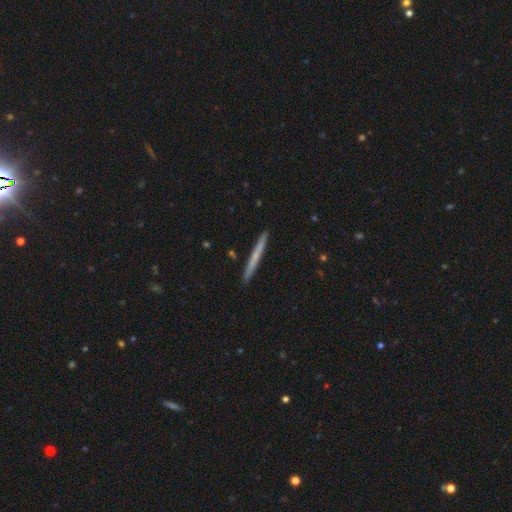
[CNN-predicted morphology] Smooth or featured? smooth (52%)
How rounded? cigar-shaped (97%)
Merging? none (92%)